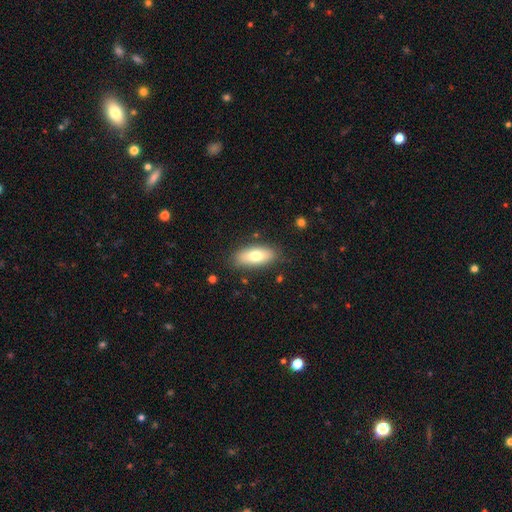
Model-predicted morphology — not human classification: Smooth or featured: smooth — 72% (featured or disk — 21%)
How rounded: in between — 80% (cigar-shaped — 17%)
Merging: none — 83% (minor disturbance — 12%)